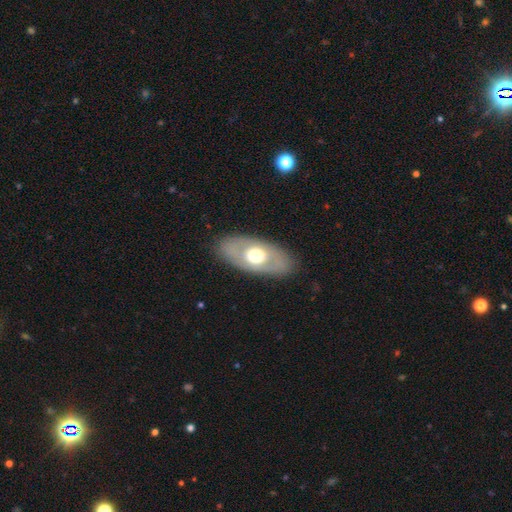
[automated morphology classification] A featured or disk galaxy (48%).

Vote fractions:
- Smooth or featured? featured or disk: 48% / smooth: 46% / star or artifact: 6%
- Merging? none: 83% / minor disturbance: 11% / major disturbance: 4% / merger: 1%